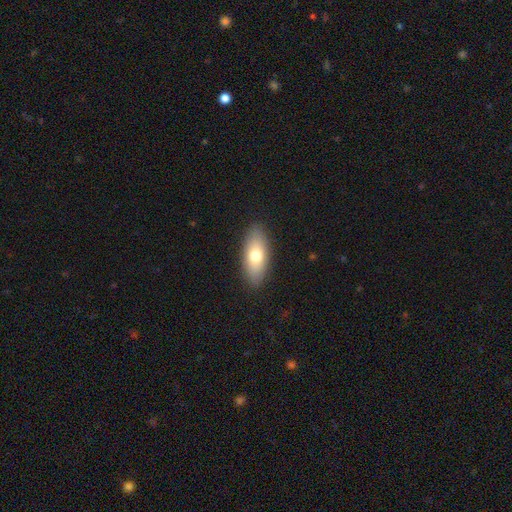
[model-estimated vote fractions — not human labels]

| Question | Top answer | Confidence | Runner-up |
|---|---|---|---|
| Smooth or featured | smooth | 74% | featured or disk (20%) |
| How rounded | in between | 80% | cigar-shaped (17%) |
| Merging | none | 88% | minor disturbance (8%) |